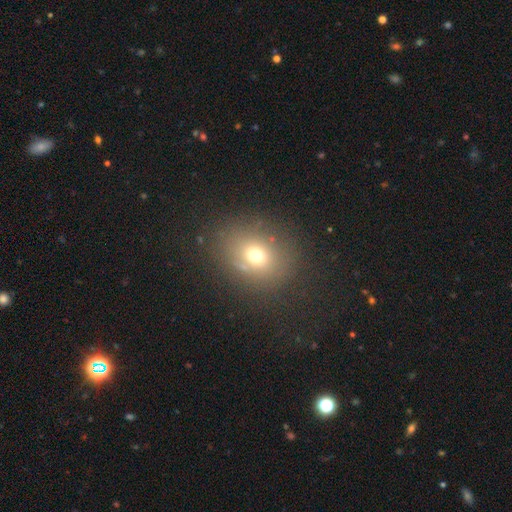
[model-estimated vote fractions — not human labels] A smooth galaxy with no disk features (67%) that is round (58%). Merging: none (79%).